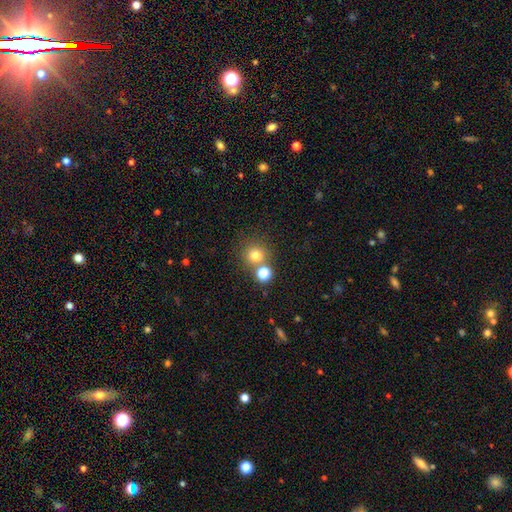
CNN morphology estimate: This appears to be a smooth galaxy with no disk features (74%) that is round (92%). Merging: none (70%).